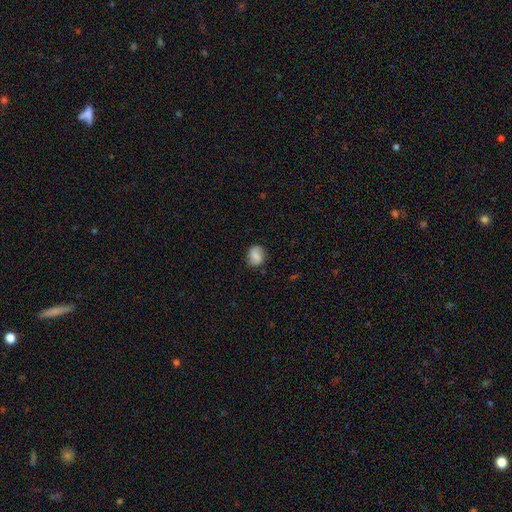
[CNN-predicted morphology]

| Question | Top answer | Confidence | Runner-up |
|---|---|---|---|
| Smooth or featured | smooth | 66% | featured or disk (25%) |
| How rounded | round | 63% | in between (36%) |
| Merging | none | 78% | minor disturbance (16%) |